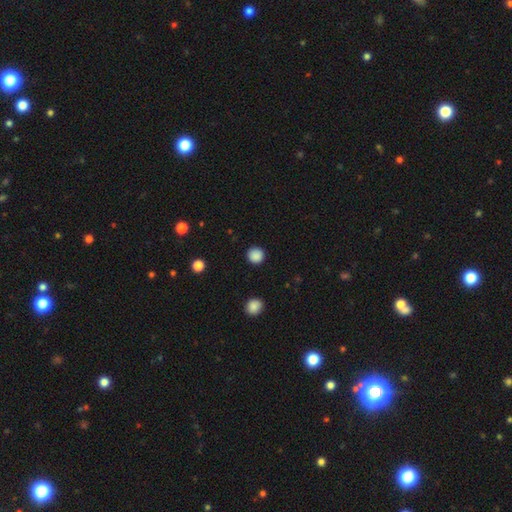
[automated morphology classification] smooth 88%, star or artifact 10%, featured or disk 3%. Down the decision tree: how rounded — round (94%); merging — none (91%).